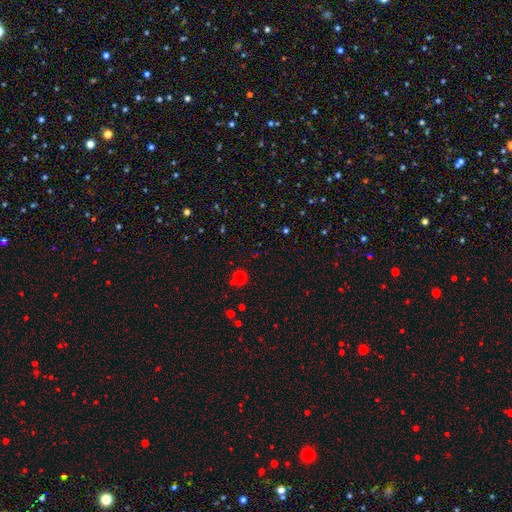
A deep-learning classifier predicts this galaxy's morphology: star or artifact 59%, smooth 32%, featured or disk 8%.